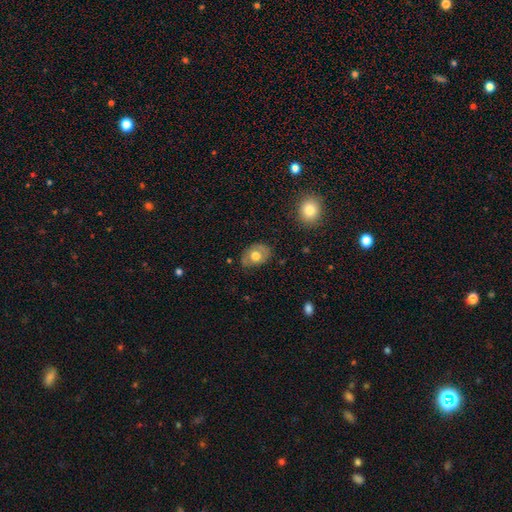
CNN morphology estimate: smooth-or-featured: smooth: 60% | featured or disk: 32% | star or artifact: 8%
  how-rounded: in between: 70% | round: 28% | cigar-shaped: 1%
  merging: none: 74% | minor disturbance: 19% | major disturbance: 5% | merger: 1%